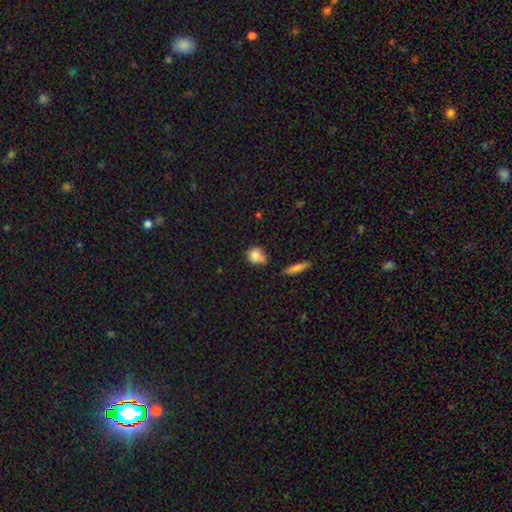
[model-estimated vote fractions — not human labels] Q: Smooth or featured?
A: smooth (81%); runner-up: star or artifact (10%)
Q: How rounded?
A: round (54%); runner-up: in between (43%)
Q: Merging?
A: none (48%); runner-up: minor disturbance (34%)